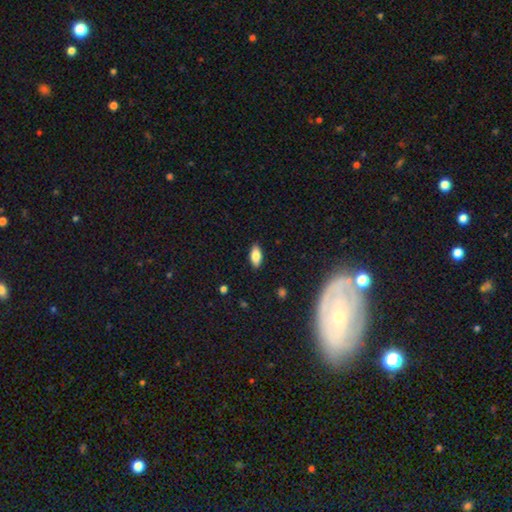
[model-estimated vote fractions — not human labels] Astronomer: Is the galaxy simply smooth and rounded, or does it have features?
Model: smooth — 82%.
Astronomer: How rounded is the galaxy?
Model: in between — 88%.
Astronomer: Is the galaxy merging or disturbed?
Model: none — 88%.